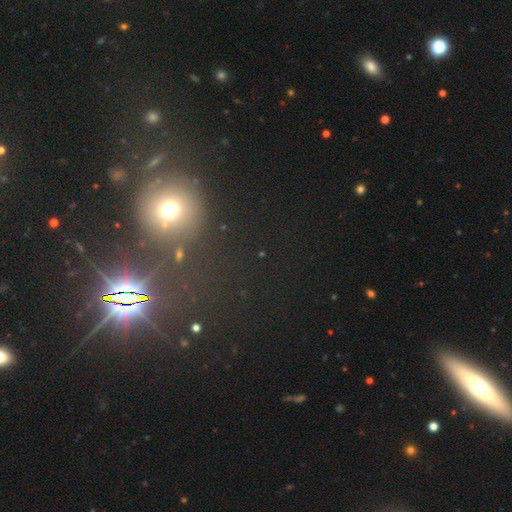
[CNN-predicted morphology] A star or artifact, not a galaxy (50%).

Vote fractions:
- Smooth or featured? star or artifact: 50% / smooth: 33% / featured or disk: 17%